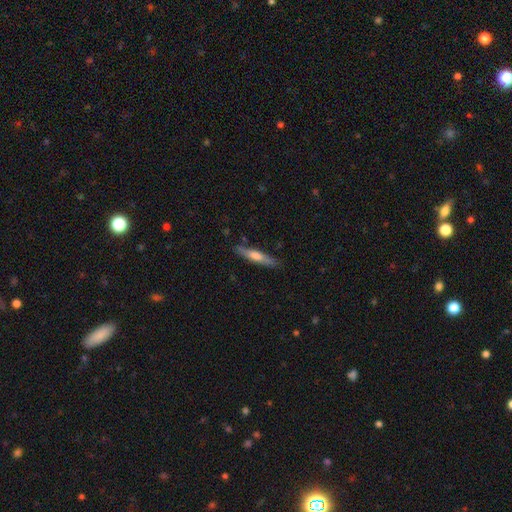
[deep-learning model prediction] This appears to be a smooth galaxy with no disk features (51%) that is cigar-shaped (88%). Merging: none (84%).